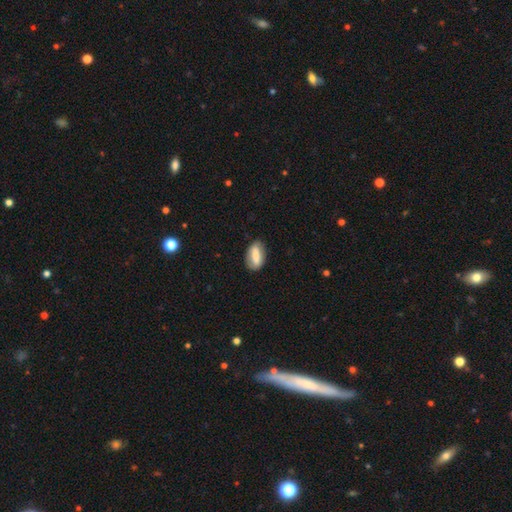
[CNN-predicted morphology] A smooth galaxy with no disk features (72%) that is in between round and cigar-shaped (85%). Merging: none (78%).